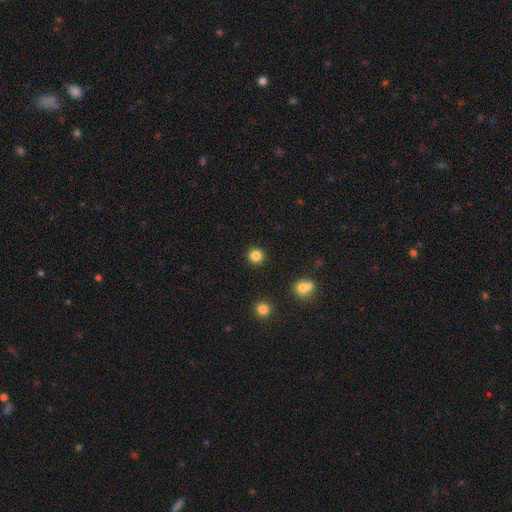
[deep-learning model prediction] smooth-or-featured: smooth: 84% | star or artifact: 12% | featured or disk: 4%
  how-rounded: round: 95% | in between: 4% | cigar-shaped: 1%
  merging: none: 92% | minor disturbance: 4% | merger: 2% | major disturbance: 2%